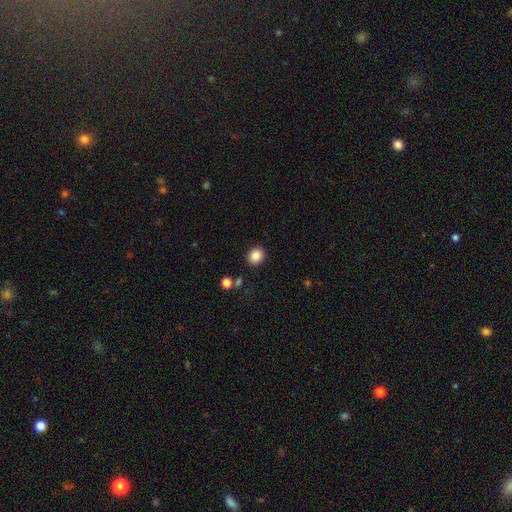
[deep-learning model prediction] Morphology: type=smooth (87%); roundness=round (73%); merging=none (88%).